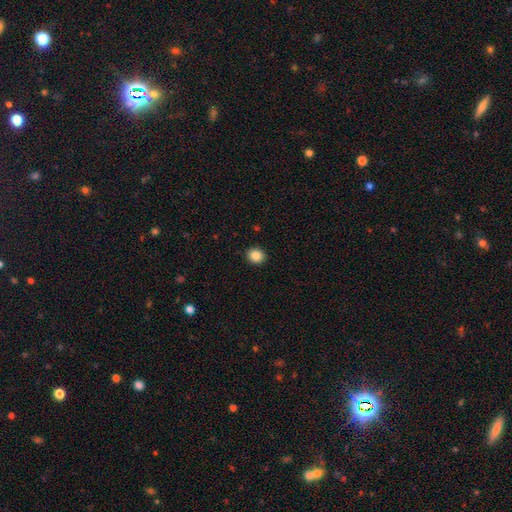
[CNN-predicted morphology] The model was most divided on "how rounded": round: 75%, in between: 24%, cigar-shaped: 1%. More confident: merging — none (92%); smooth or featured — smooth (87%).